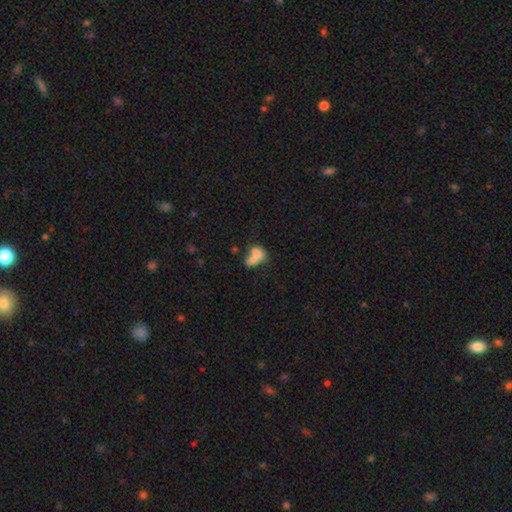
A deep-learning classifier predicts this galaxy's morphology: smooth 70%, featured or disk 19%, star or artifact 11%. Down the decision tree: how rounded — in between (78%); merging — merger (63%).